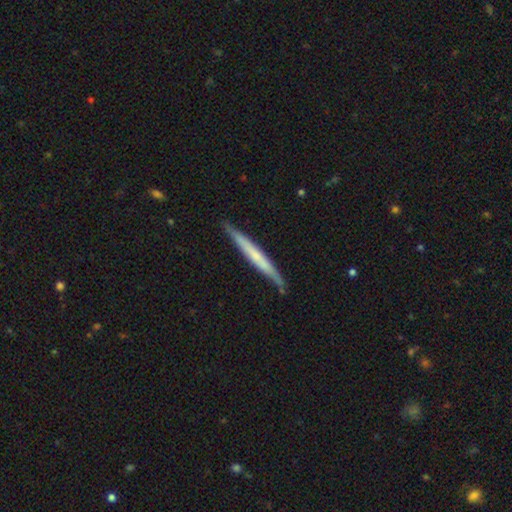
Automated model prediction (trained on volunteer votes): Smooth or featured: featured or disk — 50% (smooth — 44%)
Edge-on disk: yes — 95% (no — 5%)
Merging: none — 84% (minor disturbance — 12%)